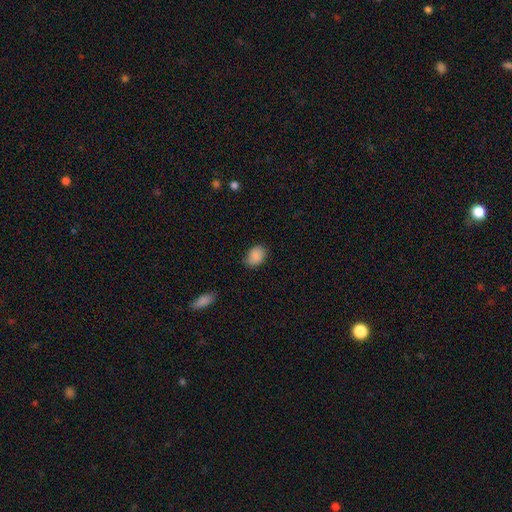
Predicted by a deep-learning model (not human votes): This appears to be a smooth galaxy with no disk features (88%) that is in between round and cigar-shaped (68%). Merging: none (76%).